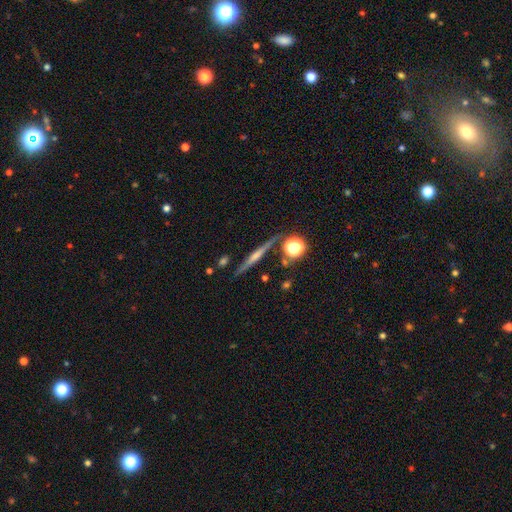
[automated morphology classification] Overall: featured or disk (67%). Edge-on disk: yes (96%). Edge-on bulge: rounded (58%; none 26%). Merging: none (84%).